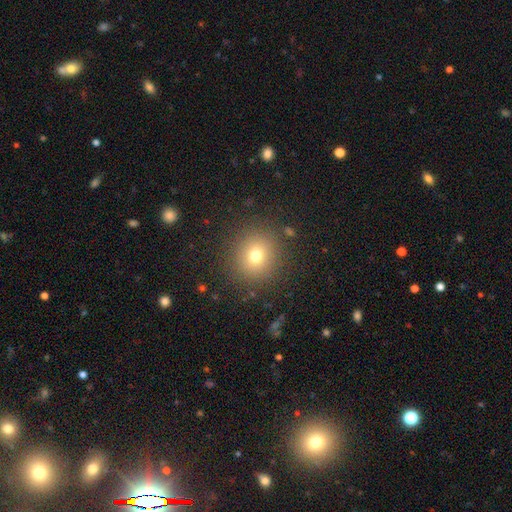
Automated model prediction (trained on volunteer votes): Morphology: type=smooth (73%); roundness=round (89%); merging=none (88%).